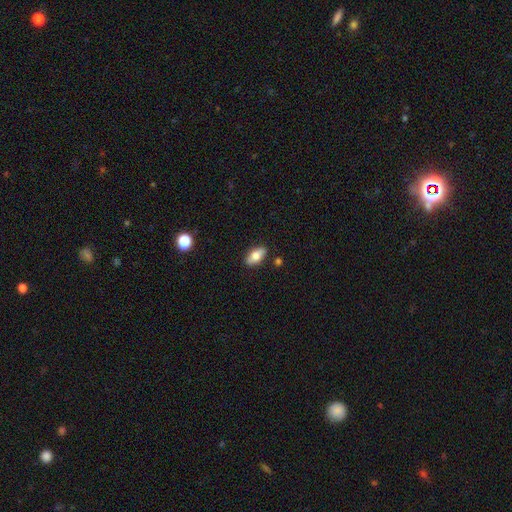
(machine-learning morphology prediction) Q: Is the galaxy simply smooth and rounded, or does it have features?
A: smooth — 72%.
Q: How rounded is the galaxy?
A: in between — 86%.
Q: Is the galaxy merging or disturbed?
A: none — 85%.